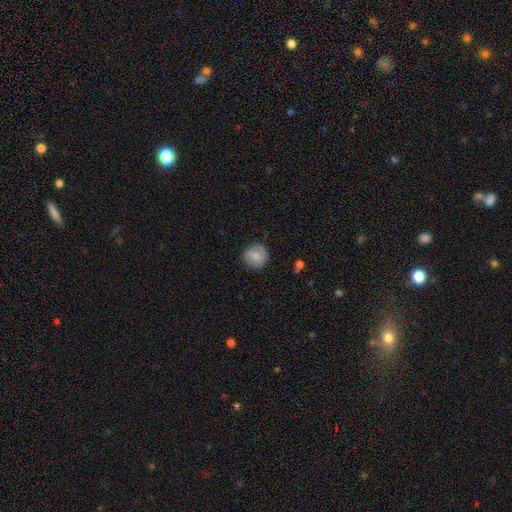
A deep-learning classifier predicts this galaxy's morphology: A smooth galaxy with no disk features (71%) that is round (90%). Merging: none (82%).